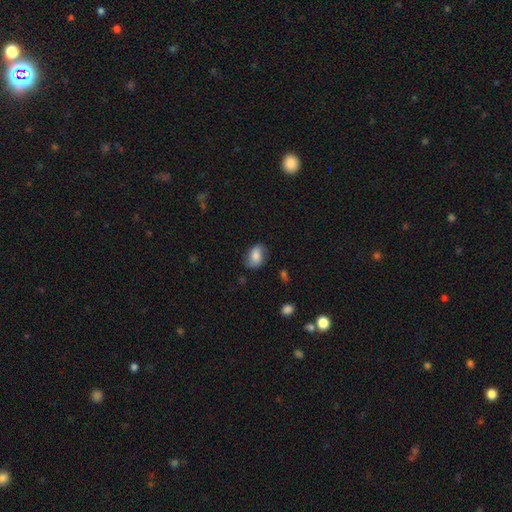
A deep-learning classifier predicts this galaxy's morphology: smooth-or-featured: smooth: 73% | featured or disk: 19% | star or artifact: 8%
  how-rounded: in between: 79% | round: 20% | cigar-shaped: 1%
  merging: none: 69% | minor disturbance: 23% | major disturbance: 7% | merger: 2%